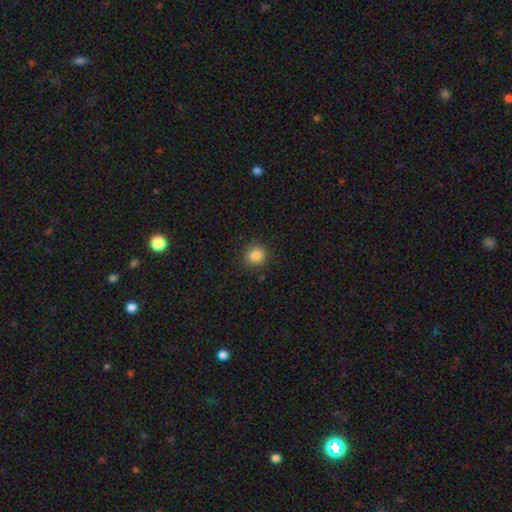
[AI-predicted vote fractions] smooth 84%, star or artifact 11%, featured or disk 5%. Down the decision tree: how rounded — round (89%); merging — none (89%).